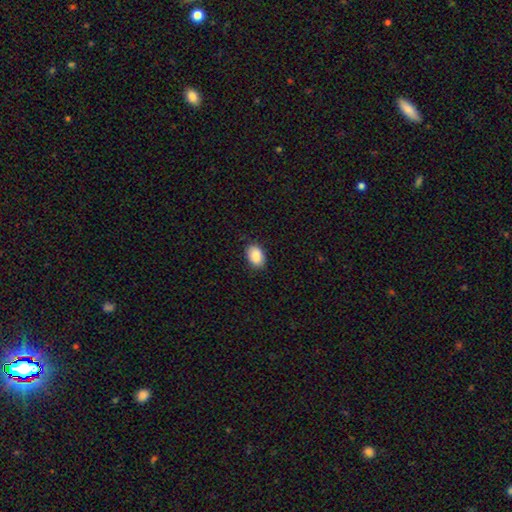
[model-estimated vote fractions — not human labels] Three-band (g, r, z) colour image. It shows a smooth galaxy with no disk features (90%) that is in between round and cigar-shaped (87%). Merging: none (85%).